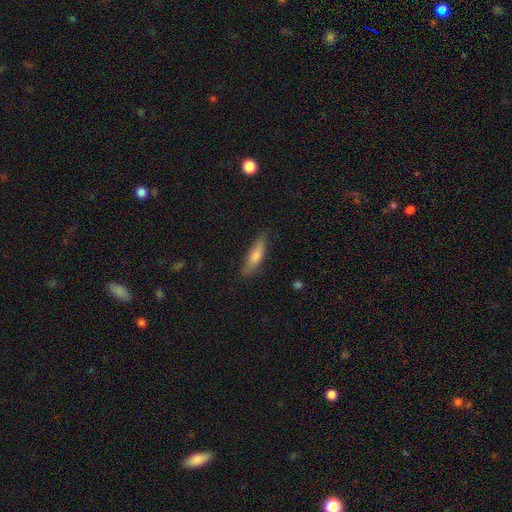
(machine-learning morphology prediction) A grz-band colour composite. It shows a smooth galaxy with no disk features (69%) that is cigar-shaped (68%). Merging: none (81%).